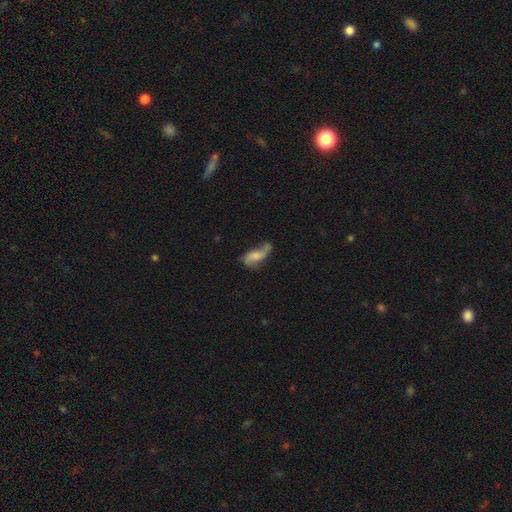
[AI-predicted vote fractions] Q: Smooth or featured?
A: featured or disk (55%); runner-up: smooth (37%)
Q: Edge-on disk?
A: no (91%); runner-up: yes (9%)
Q: Merging?
A: none (47%); runner-up: minor disturbance (27%)